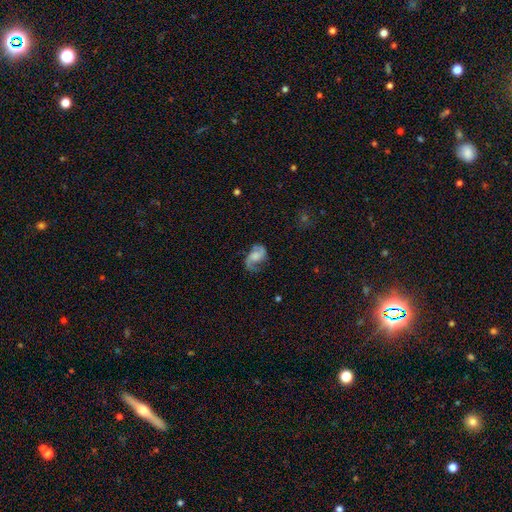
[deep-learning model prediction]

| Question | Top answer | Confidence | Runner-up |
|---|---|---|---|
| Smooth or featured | featured or disk | 69% | smooth (23%) |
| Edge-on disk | no | 97% | yes (3%) |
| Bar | no | 60% | weak (33%) |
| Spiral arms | yes | 91% | no (9%) |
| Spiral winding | loose | 44% | medium (41%) |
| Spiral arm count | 2 | 83% | 1 (9%) |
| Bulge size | none | 27% | tied: moderate (27%) |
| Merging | none | 59% | minor disturbance (23%) |